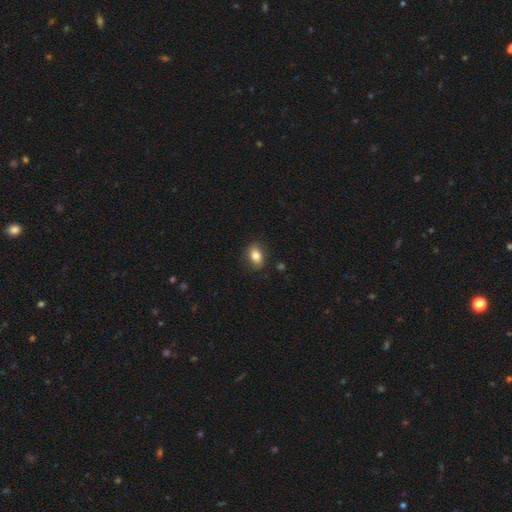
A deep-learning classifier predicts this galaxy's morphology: A smooth galaxy with no disk features (80%) that is in between round and cigar-shaped (82%).

Vote fractions:
- Smooth or featured? smooth: 80% / featured or disk: 11% / star or artifact: 8%
- How rounded? in between: 82% / round: 16% / cigar-shaped: 3%
- Merging? none: 85% / minor disturbance: 12% / major disturbance: 3% / merger: 1%